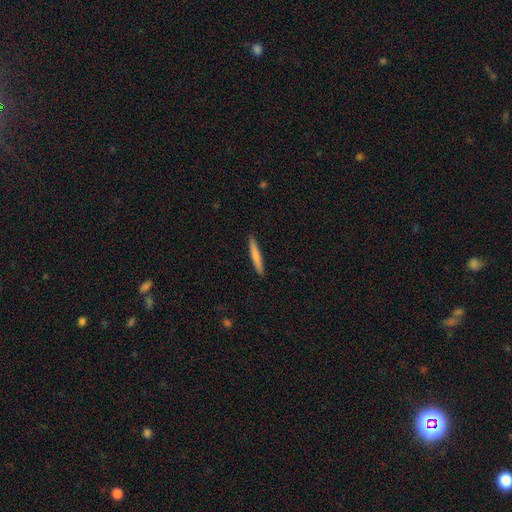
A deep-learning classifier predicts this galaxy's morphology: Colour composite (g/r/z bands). It shows a smooth galaxy with no disk features (73%) that is cigar-shaped (95%). Merging: none (92%).